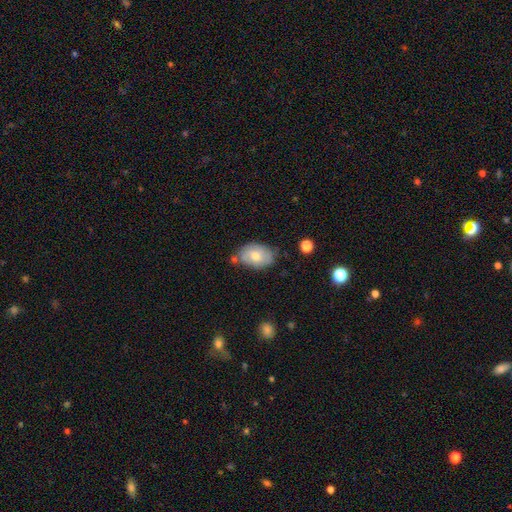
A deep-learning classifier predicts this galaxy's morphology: smooth 61%, featured or disk 32%, star or artifact 7%. Down the decision tree: how rounded — in between (86%); merging — none (62%).